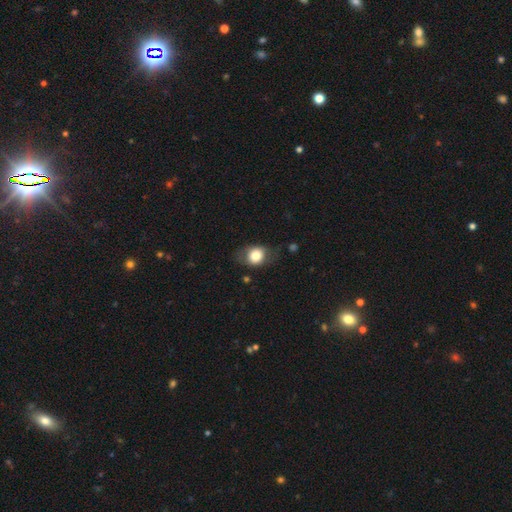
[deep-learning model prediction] A smooth galaxy with no disk features (74%) that is in between round and cigar-shaped (60%). Merging: none (67%).